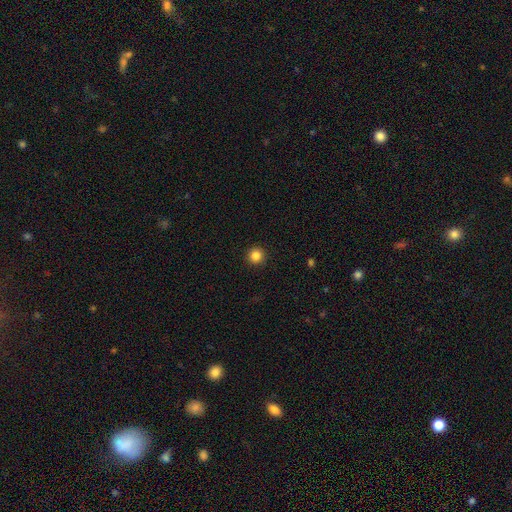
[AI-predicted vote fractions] Smooth or featured? smooth (85%)
How rounded? round (96%)
Merging? none (93%)